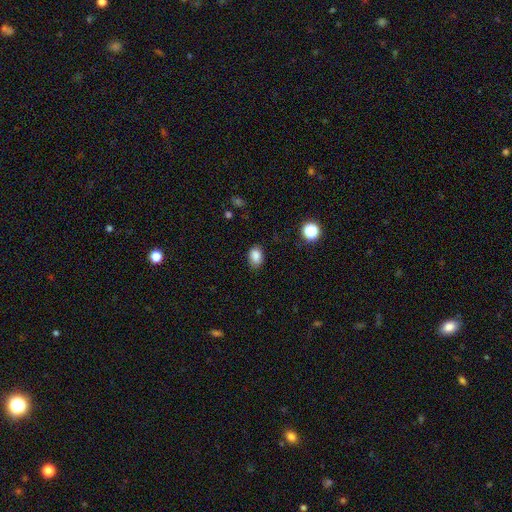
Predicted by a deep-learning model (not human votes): This is clearly a smooth galaxy (85%). How rounded: likely in between (74%). Merging: likely none (79%).